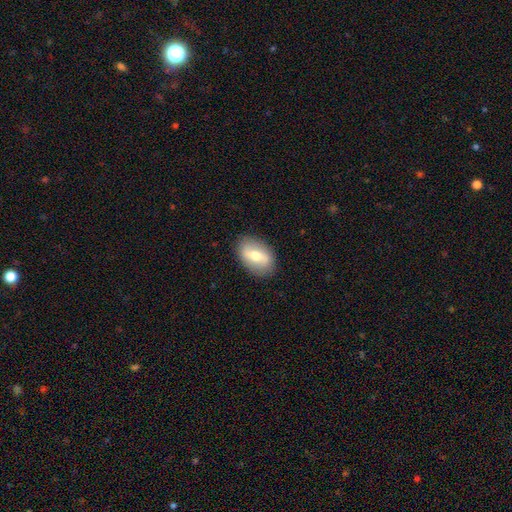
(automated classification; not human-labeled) This is possibly a smooth galaxy (48%). Merging: clearly none (86%).